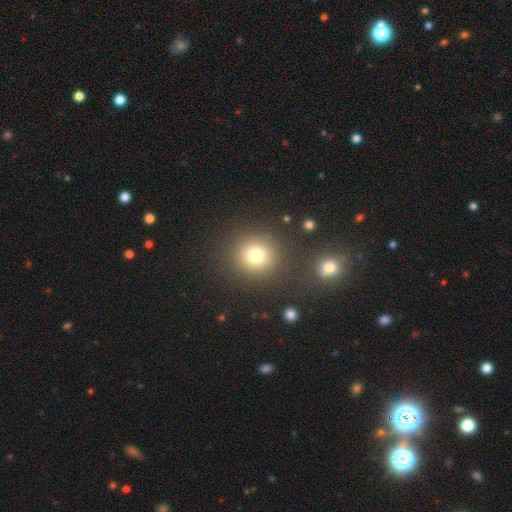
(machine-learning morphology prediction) smooth_or_featured: smooth (p=0.75) [alt: star or artifact p=0.16]
how_rounded: round (p=0.91) [alt: in between p=0.08]
merging: none (p=0.86) [alt: minor disturbance p=0.07]